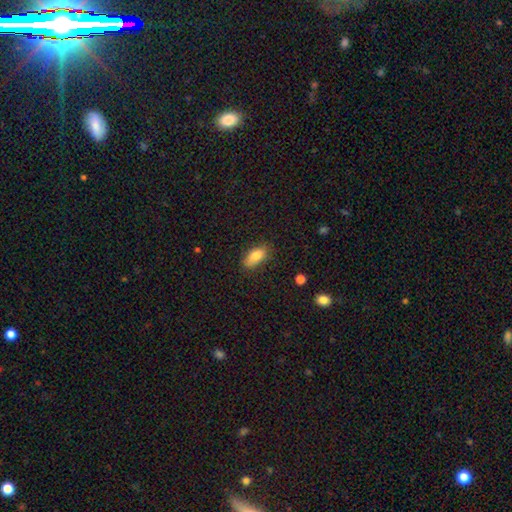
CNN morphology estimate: Smooth or featured?
  - smooth: 82% *
  - featured or disk: 10%
  - star or artifact: 8%
How rounded?
  - in between: 87% *
  - cigar-shaped: 10%
  - round: 4%
Merging?
  - none: 79% *
  - minor disturbance: 16%
  - major disturbance: 3%
  - merger: 1%